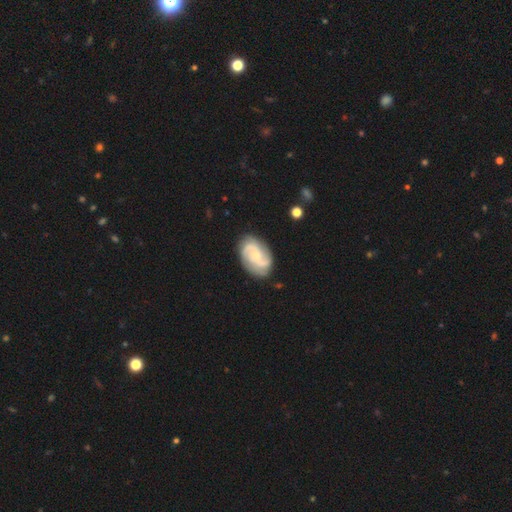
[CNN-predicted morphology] A featured or disk galaxy (83%) with no bar (60%), 2 (53%) medium (47%) spiral arms (97%) and a small central bulge (65%).

Vote fractions:
- Smooth or featured? featured or disk: 83% / smooth: 12% / star or artifact: 5%
- Edge-on disk? no: 98% / yes: 2%
- Bar? no: 60% / weak: 34% / strong: 7%
- Spiral arms? yes: 97% / no: 3%
- Spiral winding? medium: 47% / tight: 35% / loose: 18%
- Spiral arm count? 2: 53% / 3: 27% / can't tell: 10% / 4: 4% / 1: 3% / more than 4: 3%
- Bulge size? small: 65% / moderate: 28% / none: 4% / large: 2% / dominant: 1%
- Merging? none: 80% / minor disturbance: 15% / major disturbance: 4% / merger: 2%